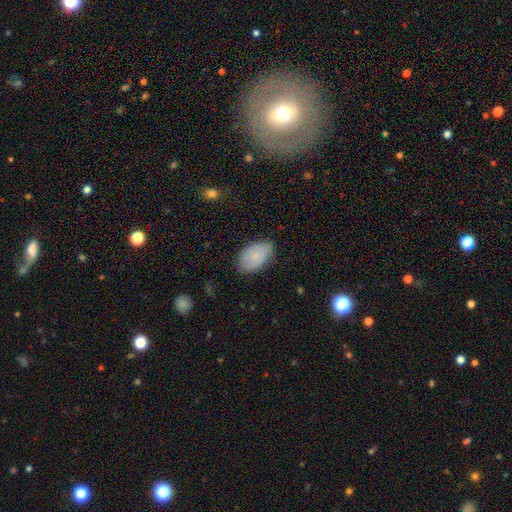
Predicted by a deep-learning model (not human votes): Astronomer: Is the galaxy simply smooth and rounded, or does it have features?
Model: smooth — 78%.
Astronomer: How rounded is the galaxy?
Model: in between — 92%.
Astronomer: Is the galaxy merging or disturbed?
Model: none — 74%.